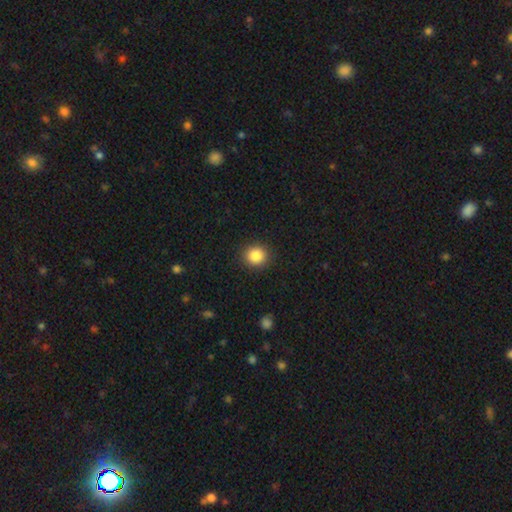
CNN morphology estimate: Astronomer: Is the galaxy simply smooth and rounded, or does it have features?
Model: smooth — 86%.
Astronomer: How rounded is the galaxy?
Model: round — 87%.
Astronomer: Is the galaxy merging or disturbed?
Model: none — 91%.